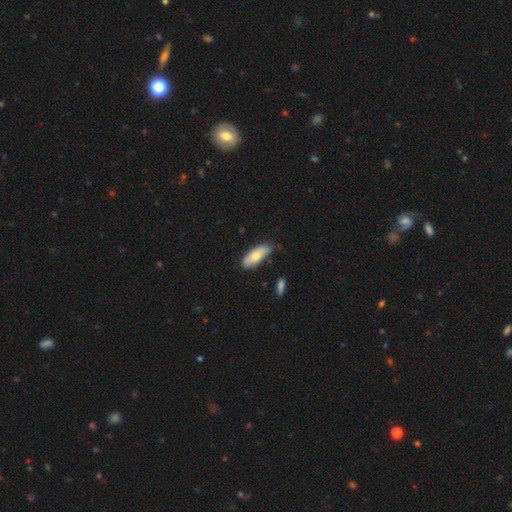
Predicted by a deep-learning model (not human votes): Overall: smooth (72%). How rounded: in between (81%). Merging: none (73%).